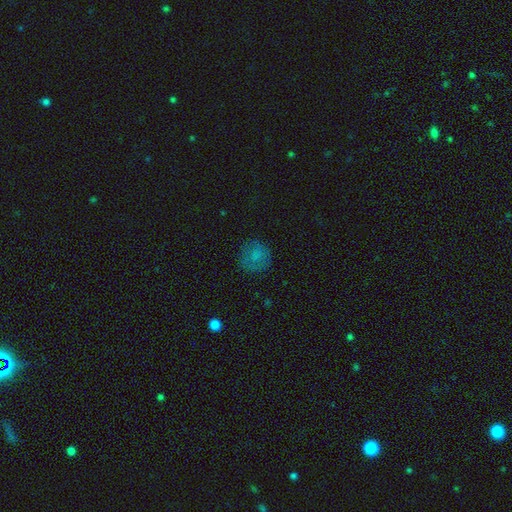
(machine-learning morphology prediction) smooth-or-featured: smooth: 69% | featured or disk: 16% | star or artifact: 16%
  how-rounded: round: 87% | in between: 12% | cigar-shaped: 1%
  merging: none: 74% | minor disturbance: 18% | major disturbance: 8% | merger: 1%